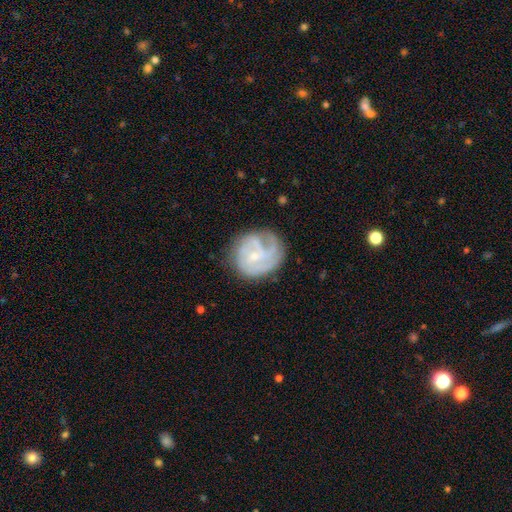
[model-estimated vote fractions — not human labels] Smooth or featured?
  - featured or disk: 78% *
  - smooth: 16%
  - star or artifact: 6%
Edge-on disk?
  - no: 98% *
  - yes: 2%
Bar?
  - no: 61% *
  - weak: 33%
  - strong: 6%
Spiral arms?
  - yes: 91% *
  - no: 9%
Spiral winding?
  - tight: 48% *
  - medium: 38%
  - loose: 14%
Spiral arm count?
  - 3: 31% *
  - can't tell: 27%
  - 2: 19%
  - 4: 10%
  - 1: 8%
  - more than 4: 5%
Bulge size?
  - small: 75% *
  - moderate: 19%
  - none: 4%
  - large: 1%
  - dominant: 1%
Merging?
  - none: 61% *
  - minor disturbance: 22%
  - major disturbance: 15%
  - merger: 2%